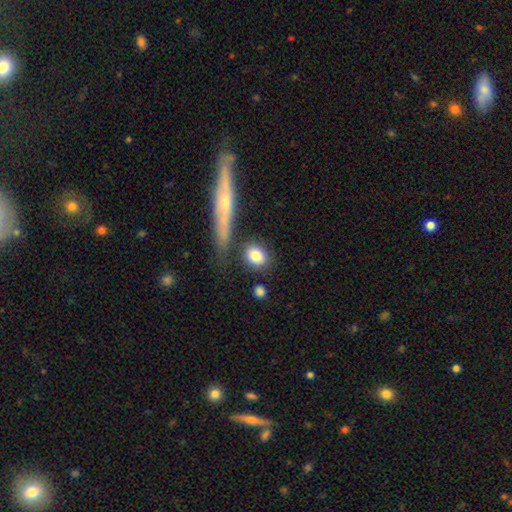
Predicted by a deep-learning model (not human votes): Smooth or featured: smooth — 82% (featured or disk — 10%)
How rounded: in between — 48% (round — 47%)
Merging: none — 76% (minor disturbance — 11%)